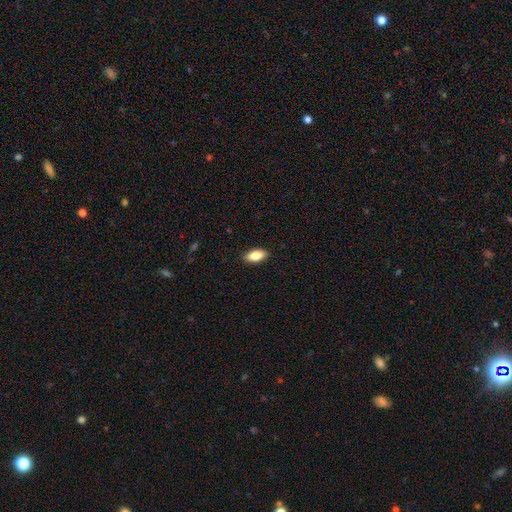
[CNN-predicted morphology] Smooth or featured? Predicted: smooth (p=0.84). How rounded? Predicted: in between (p=0.88). Merging? Predicted: none (p=0.90).